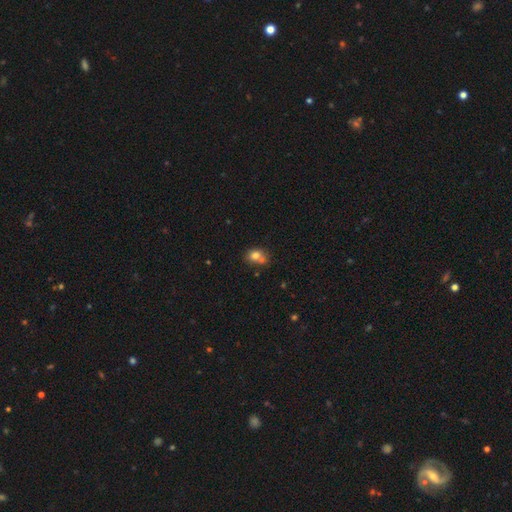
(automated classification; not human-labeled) A smooth galaxy with no disk features (75%) that is round (53%). Merging: none (43%).